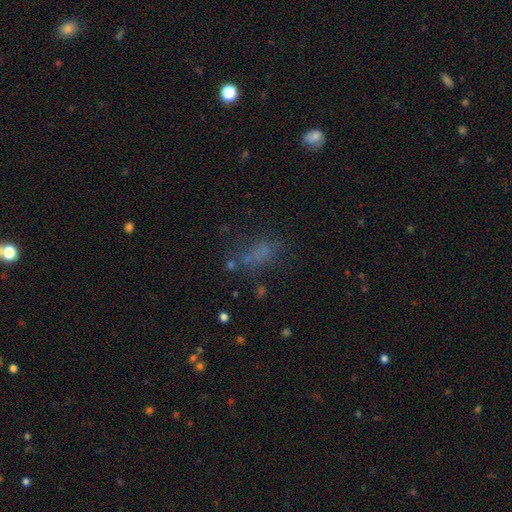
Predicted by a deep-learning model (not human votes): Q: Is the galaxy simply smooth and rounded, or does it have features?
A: smooth — 51%.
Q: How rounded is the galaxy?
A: in between — 73%.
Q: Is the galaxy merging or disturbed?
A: none — 49%.